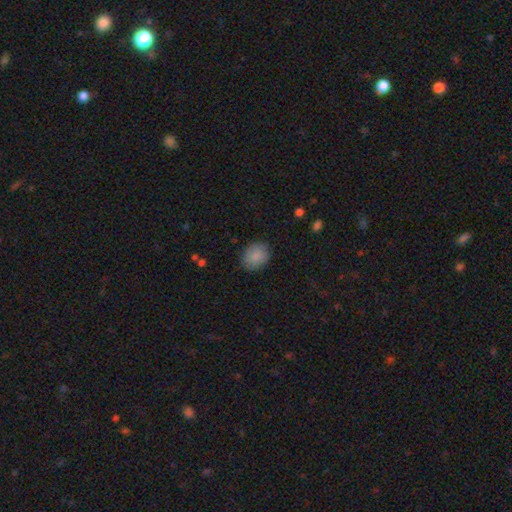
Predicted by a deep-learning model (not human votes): This appears to be a smooth galaxy with no disk features (86%) that is round (54%). Merging: none (81%).